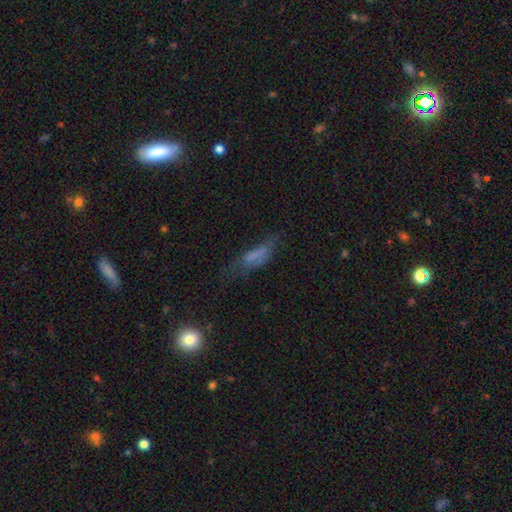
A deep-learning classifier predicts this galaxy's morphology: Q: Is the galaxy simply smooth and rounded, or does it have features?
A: smooth — 57%.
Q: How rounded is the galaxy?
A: cigar-shaped — 49%.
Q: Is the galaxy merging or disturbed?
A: none — 41%.